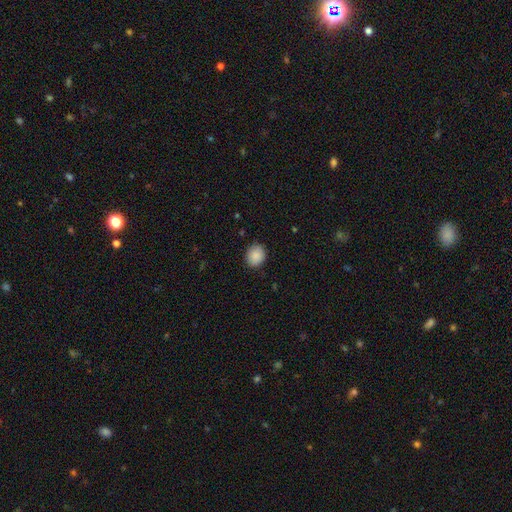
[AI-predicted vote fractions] Overall: smooth (89%). How rounded: round (65%; in between 34%). Merging: none (87%).